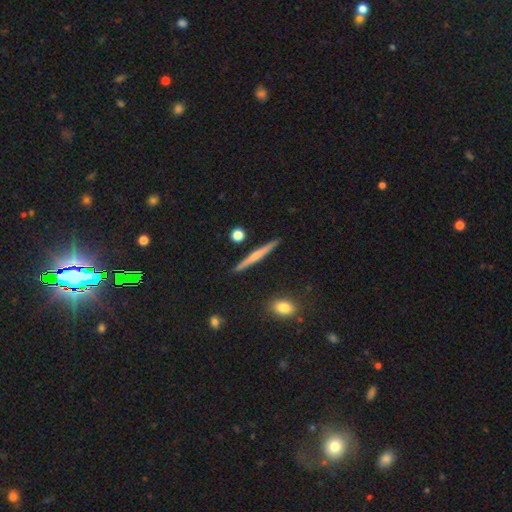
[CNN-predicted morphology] Smooth or featured?
  - featured or disk: 51% *
  - smooth: 43%
  - star or artifact: 6%
Edge-on disk?
  - yes: 97% *
  - no: 3%
Merging?
  - none: 91% *
  - minor disturbance: 6%
  - merger: 2%
  - major disturbance: 1%